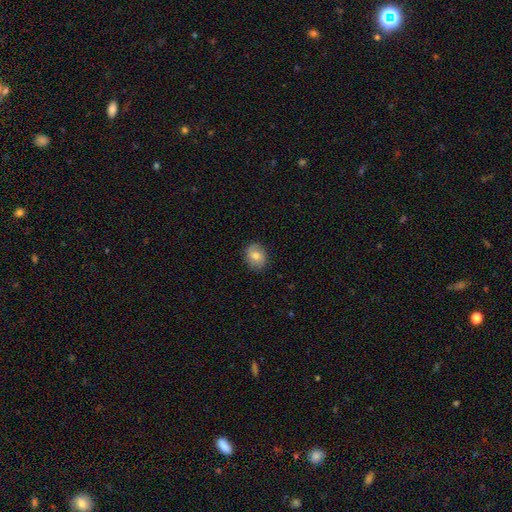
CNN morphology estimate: smooth 72%, featured or disk 19%, star or artifact 9%. Down the decision tree: how rounded — round (60%); merging — none (86%).